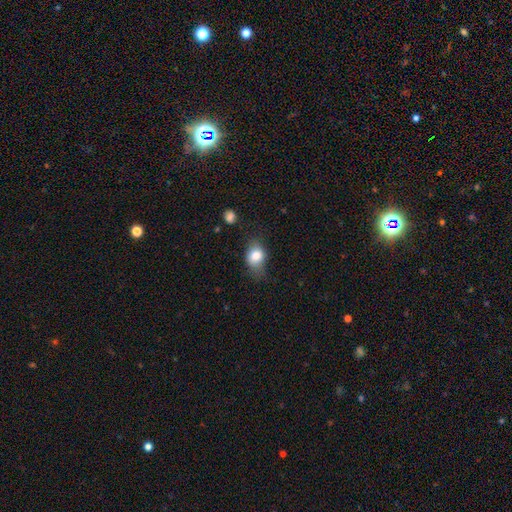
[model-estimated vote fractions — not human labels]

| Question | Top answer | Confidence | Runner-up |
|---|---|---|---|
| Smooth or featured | smooth | 80% | featured or disk (11%) |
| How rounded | in between | 67% | round (31%) |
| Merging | none | 62% | minor disturbance (27%) |